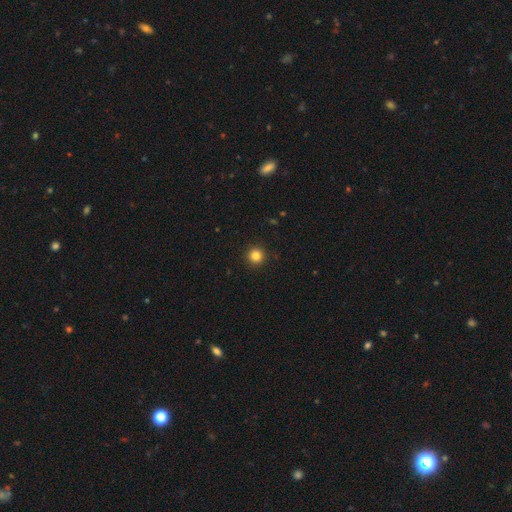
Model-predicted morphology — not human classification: A smooth galaxy with no disk features (84%) that is round (95%). Merging: none (93%).